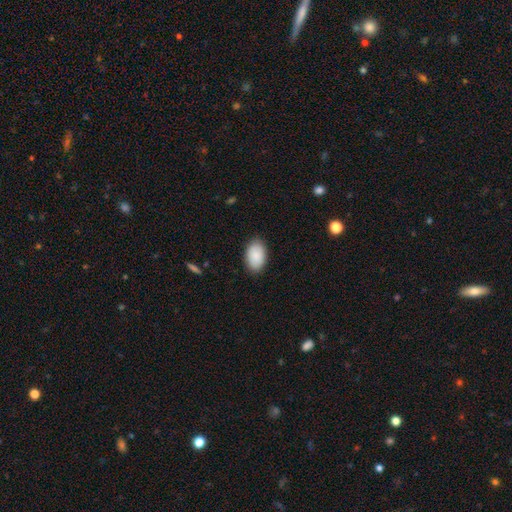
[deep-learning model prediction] The model was most divided on "merging": none: 87%, minor disturbance: 10%, major disturbance: 2%, merger: 1%. More confident: how rounded — in between (93%); smooth or featured — smooth (90%).